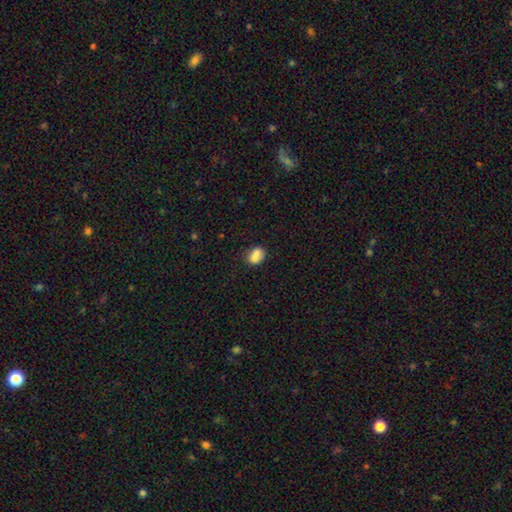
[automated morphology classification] type=smooth (77%); roundness=round (49%, tied with in between); merging=none (43%).